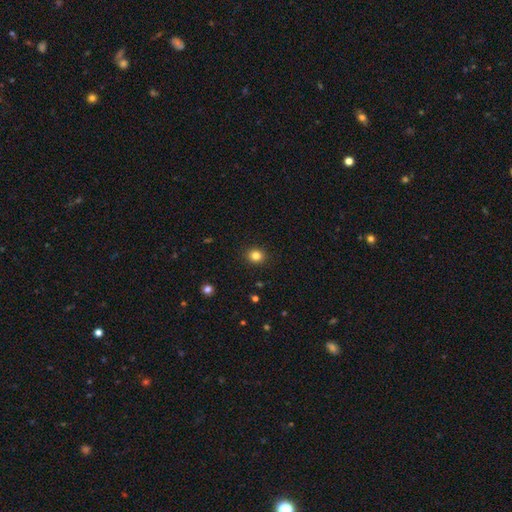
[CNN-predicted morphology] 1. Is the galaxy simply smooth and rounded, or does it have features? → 82% smooth, 13% star or artifact, 5% featured or disk.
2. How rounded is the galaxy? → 82% round, 18% in between, 1% cigar-shaped.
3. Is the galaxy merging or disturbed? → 91% none, 6% minor disturbance, 2% major disturbance, 1% merger.